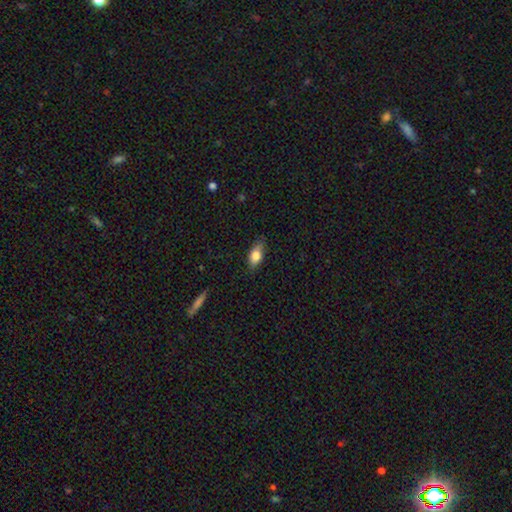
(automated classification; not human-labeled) The model was most divided on "merging": none: 78%, minor disturbance: 17%, major disturbance: 3%, merger: 1%. More confident: how rounded — in between (85%); smooth or featured — smooth (80%).